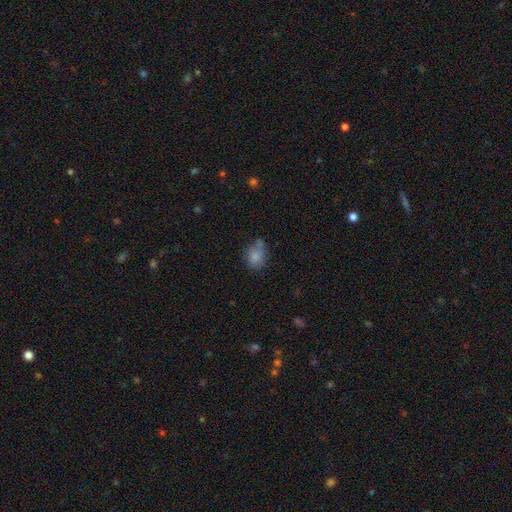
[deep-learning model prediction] Smooth or featured? smooth (82%)
How rounded? round (55%)
Merging? none (56%)